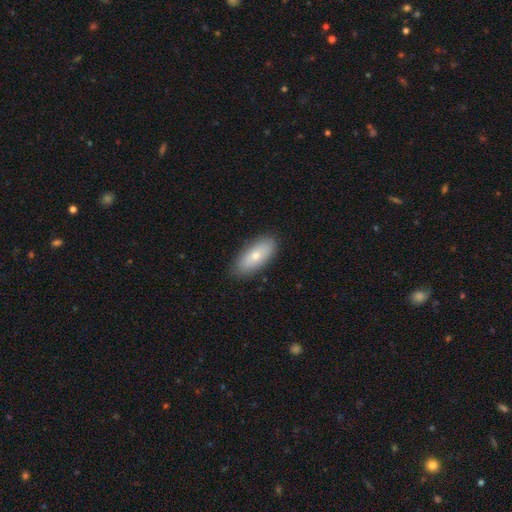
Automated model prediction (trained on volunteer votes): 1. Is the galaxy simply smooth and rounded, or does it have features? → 72% smooth, 22% featured or disk, 6% star or artifact.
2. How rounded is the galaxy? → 87% in between, 11% cigar-shaped, 3% round.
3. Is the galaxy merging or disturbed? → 87% none, 10% minor disturbance, 2% major disturbance, 1% merger.